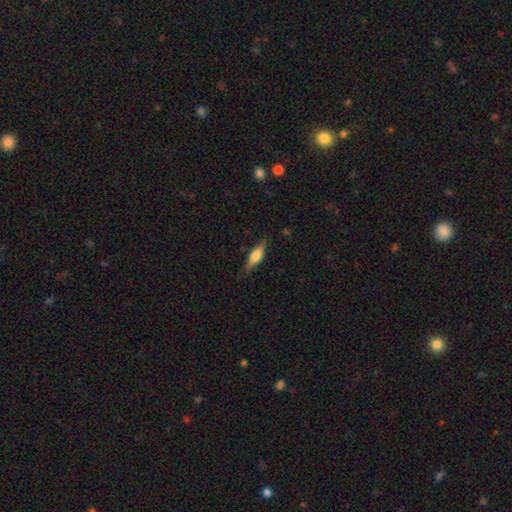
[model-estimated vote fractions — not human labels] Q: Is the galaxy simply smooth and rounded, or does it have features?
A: smooth — 52%.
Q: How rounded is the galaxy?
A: cigar-shaped — 50%.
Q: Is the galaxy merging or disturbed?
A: none — 82%.